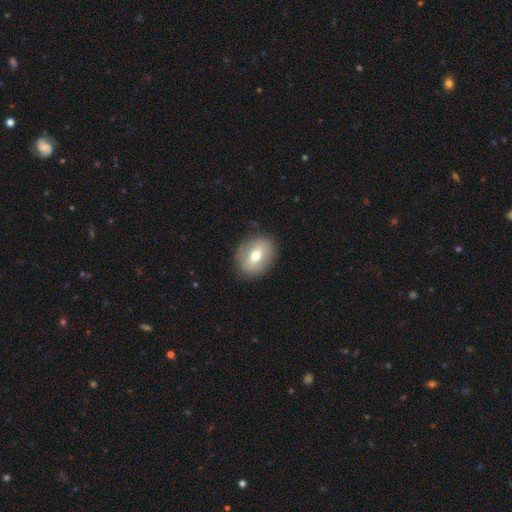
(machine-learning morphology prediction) Q: Smooth or featured?
A: smooth (59%); runner-up: featured or disk (33%)
Q: How rounded?
A: in between (54%); runner-up: round (45%)
Q: Merging?
A: none (85%); runner-up: minor disturbance (11%)